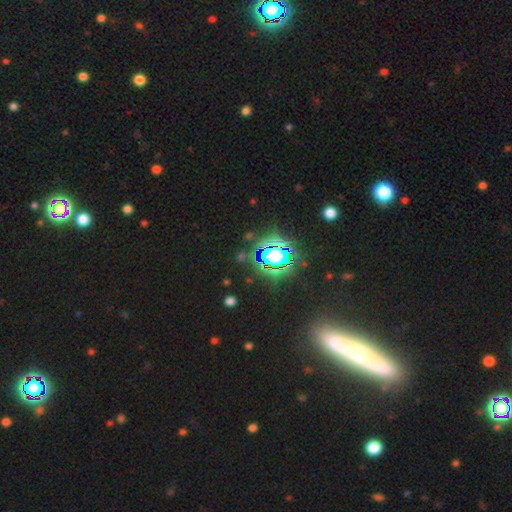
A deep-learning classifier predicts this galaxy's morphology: This is marginally a star or artifact rather than a galaxy (45%).